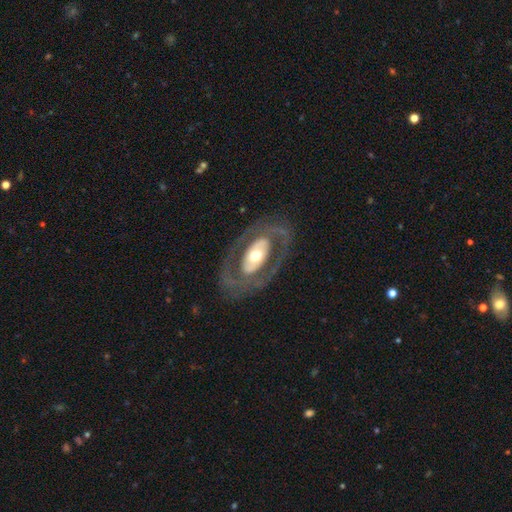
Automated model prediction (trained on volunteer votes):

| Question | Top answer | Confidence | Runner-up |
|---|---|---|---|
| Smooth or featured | featured or disk | 75% | smooth (21%) |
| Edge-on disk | no | 92% | yes (8%) |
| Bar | no | 62% | weak (19%) |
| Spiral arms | no | 55% | yes (45%) |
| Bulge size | moderate | 62% | large (24%) |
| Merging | none | 76% | minor disturbance (12%) |